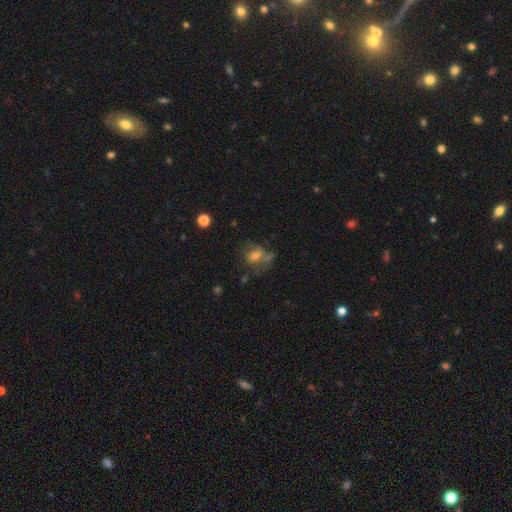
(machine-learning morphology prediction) Smooth or featured? Predicted: smooth (p=0.49). Merging? Predicted: none (p=0.39).